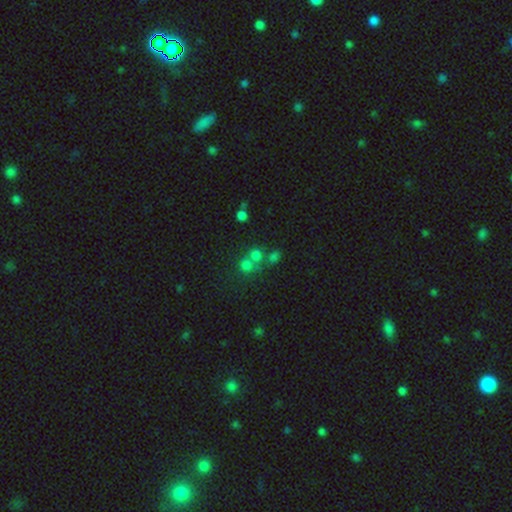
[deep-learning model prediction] Smooth or featured?
  - smooth: 64% *
  - star or artifact: 24%
  - featured or disk: 12%
How rounded?
  - round: 84% *
  - in between: 15%
  - cigar-shaped: 1%
Merging?
  - none: 49% *
  - merger: 40%
  - minor disturbance: 7%
  - major disturbance: 4%